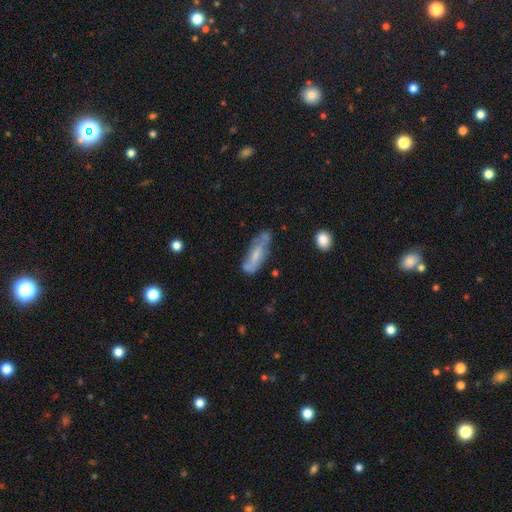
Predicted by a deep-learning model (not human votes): The model was most divided on "smooth or featured": featured or disk: 50%, smooth: 42%, star or artifact: 8%. More confident: edge-on disk — no (75%); merging — none (56%).